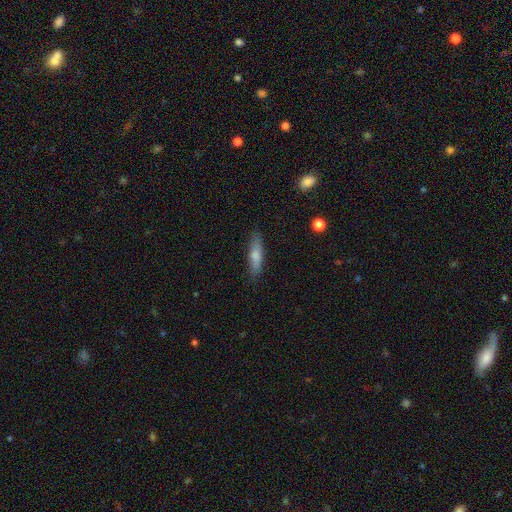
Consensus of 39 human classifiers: smooth_or_featured: smooth (p=0.74) [alt: featured or disk p=0.23]
how_rounded: cigar-shaped (p=1.00)
merging: none (p=0.84) [alt: minor disturbance p=0.13]